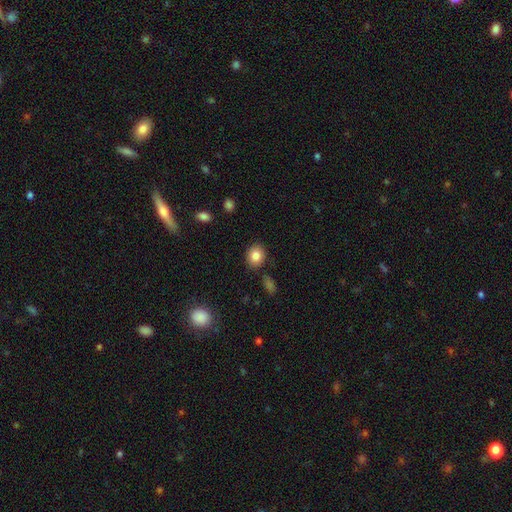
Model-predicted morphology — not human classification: A smooth galaxy with no disk features (84%) that is round (55%). Merging: none (85%).